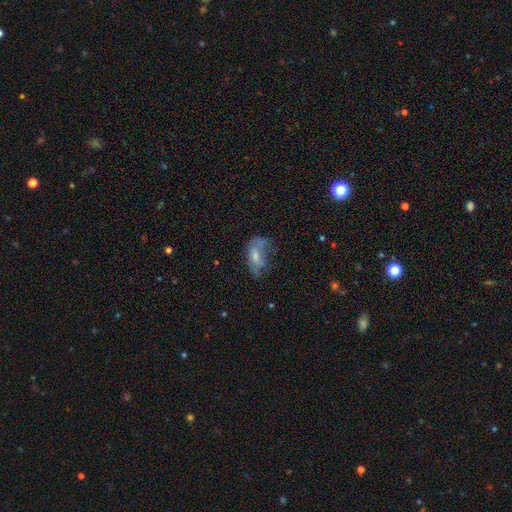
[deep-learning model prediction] smooth-or-featured: featured or disk: 44% | smooth: 43% | star or artifact: 13%
  merging: none: 44% | minor disturbance: 29% | major disturbance: 24% | merger: 3%